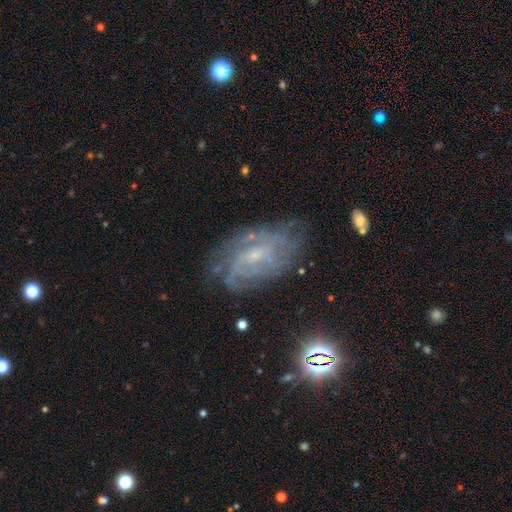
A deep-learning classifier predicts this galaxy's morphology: Smooth or featured? Predicted: featured or disk (p=0.78). Edge-on disk? Predicted: no (p=0.95). Bar? Predicted: weak (p=0.46). Spiral arms? Predicted: yes (p=0.88). Spiral winding? Predicted: tight (p=0.57). Spiral arm count? Predicted: can't tell (p=0.51). Bulge size? Predicted: small (p=0.66). Merging? Predicted: none (p=0.66).